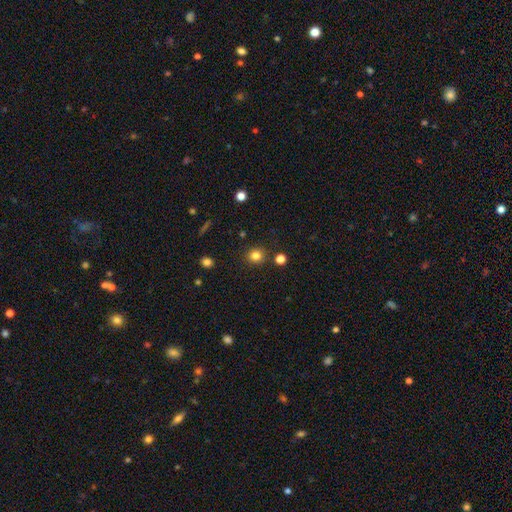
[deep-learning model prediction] A smooth galaxy with no disk features (81%) that is round (89%). Merging: none (88%).